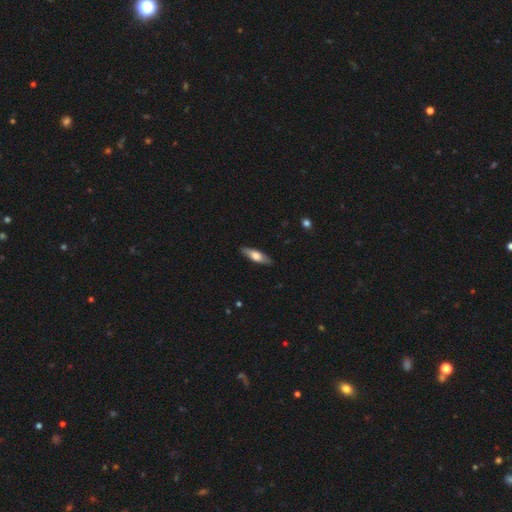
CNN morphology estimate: Smooth or featured: smooth — 60% (featured or disk — 35%)
How rounded: in between — 50% (cigar-shaped — 48%)
Merging: none — 87% (minor disturbance — 10%)